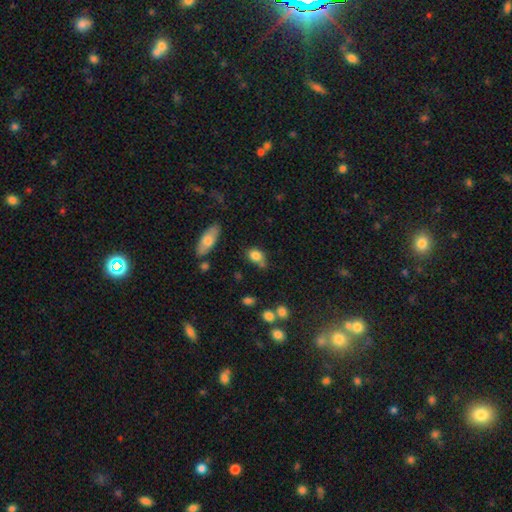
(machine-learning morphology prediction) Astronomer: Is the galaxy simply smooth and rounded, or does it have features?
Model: smooth — 82%.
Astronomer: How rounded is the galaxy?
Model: in between — 65%.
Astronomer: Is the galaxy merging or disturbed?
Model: none — 49% (runner-up: minor disturbance, 27%).